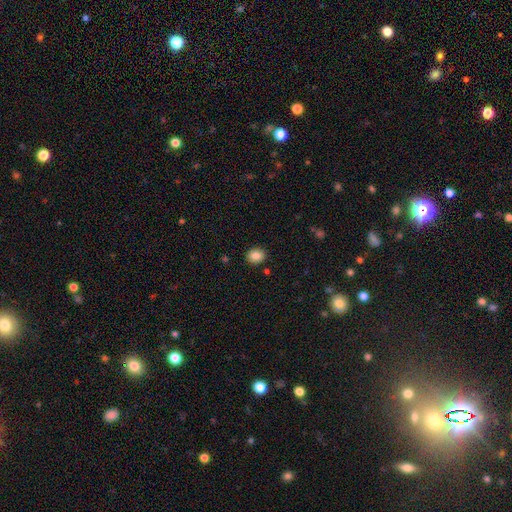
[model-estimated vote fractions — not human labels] This is clearly a smooth galaxy (86%). How rounded: possibly round (55%). Merging: clearly none (89%).